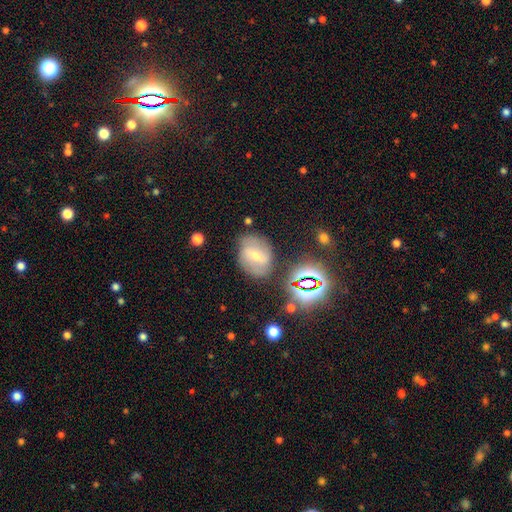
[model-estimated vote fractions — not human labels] Smooth or featured?
  - featured or disk: 51% *
  - smooth: 35%
  - star or artifact: 14%
Edge-on disk?
  - no: 93% *
  - yes: 7%
Merging?
  - none: 70% *
  - minor disturbance: 19%
  - major disturbance: 7%
  - merger: 5%